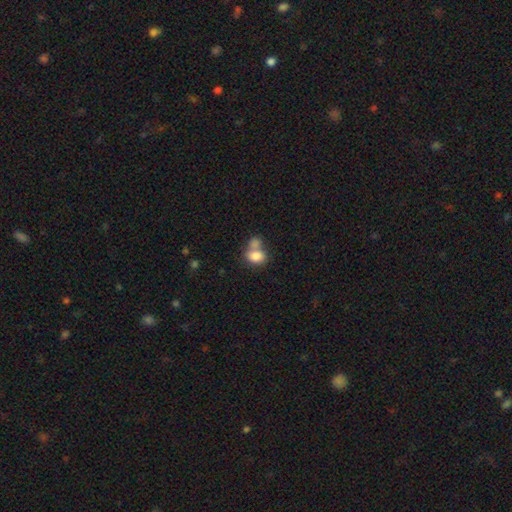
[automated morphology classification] Smooth or featured: smooth — 81% (featured or disk — 10%)
How rounded: in between — 67% (round — 32%)
Merging: merger — 52% (none — 31%)